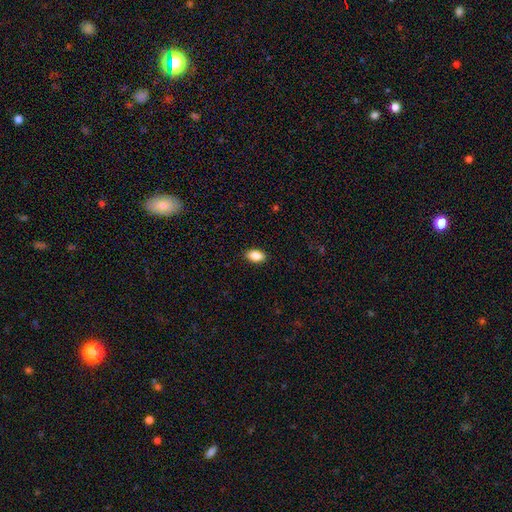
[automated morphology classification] Q: Smooth or featured?
A: smooth (88%); runner-up: star or artifact (8%)
Q: How rounded?
A: in between (92%); runner-up: round (6%)
Q: Merging?
A: none (89%); runner-up: minor disturbance (8%)